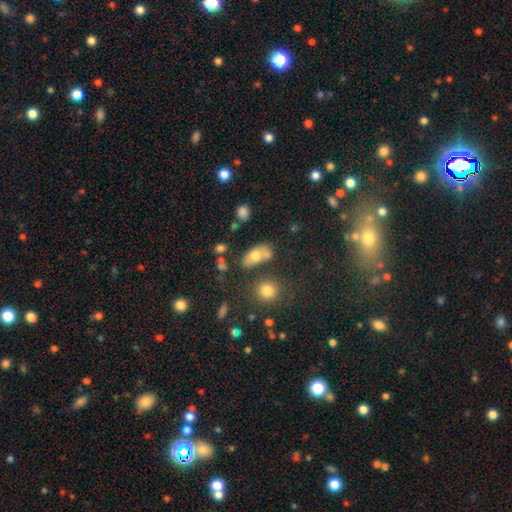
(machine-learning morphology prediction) Q: Smooth or featured?
A: smooth (70%); runner-up: featured or disk (20%)
Q: How rounded?
A: in between (84%); runner-up: round (10%)
Q: Merging?
A: none (55%); runner-up: merger (20%)